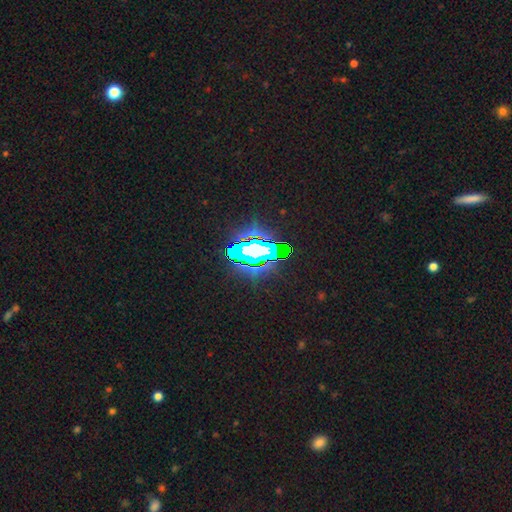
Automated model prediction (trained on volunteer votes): Overall: star or artifact (66%).